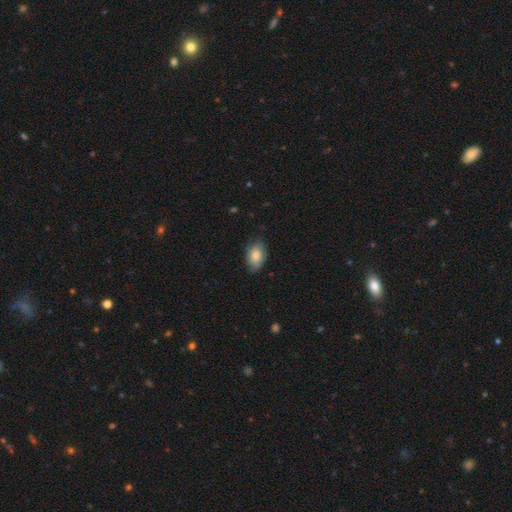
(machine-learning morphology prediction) This appears to be a smooth galaxy with no disk features (78%) that is in between round and cigar-shaped (89%). Merging: none (74%).